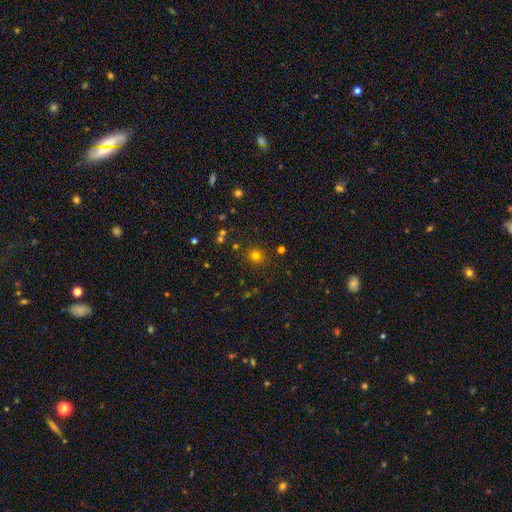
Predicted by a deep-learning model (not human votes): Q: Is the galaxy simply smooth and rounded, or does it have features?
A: smooth — 74%.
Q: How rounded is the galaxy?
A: round — 91%.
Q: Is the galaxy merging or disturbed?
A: none — 88%.